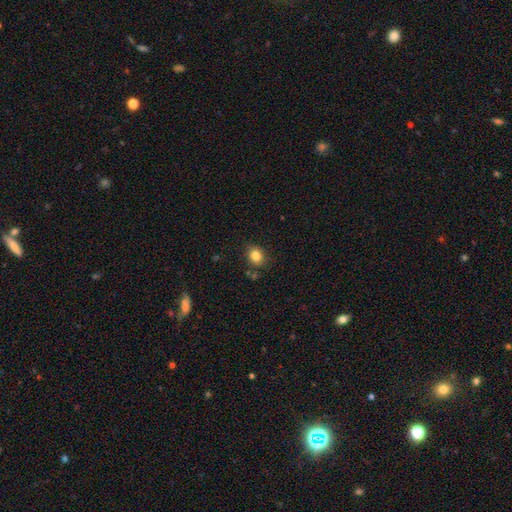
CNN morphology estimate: smooth-or-featured: smooth: 83% | star or artifact: 11% | featured or disk: 7%
  how-rounded: round: 58% | in between: 41% | cigar-shaped: 1%
  merging: none: 81% | minor disturbance: 12% | merger: 4% | major disturbance: 3%